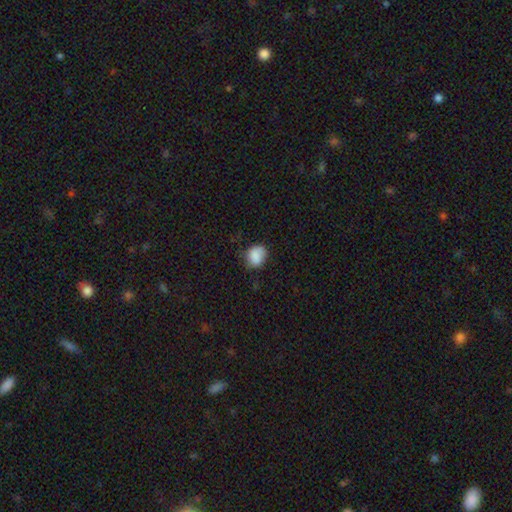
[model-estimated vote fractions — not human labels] Smooth or featured? smooth (86%)
How rounded? round (55%)
Merging? none (67%)